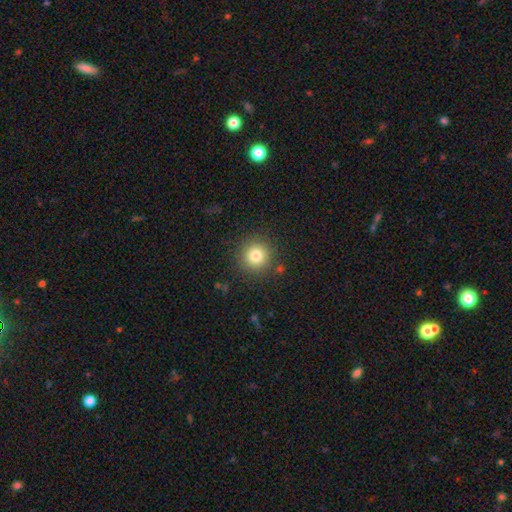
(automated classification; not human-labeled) smooth 80%, star or artifact 12%, featured or disk 8%. Down the decision tree: how rounded — round (94%); merging — none (88%).